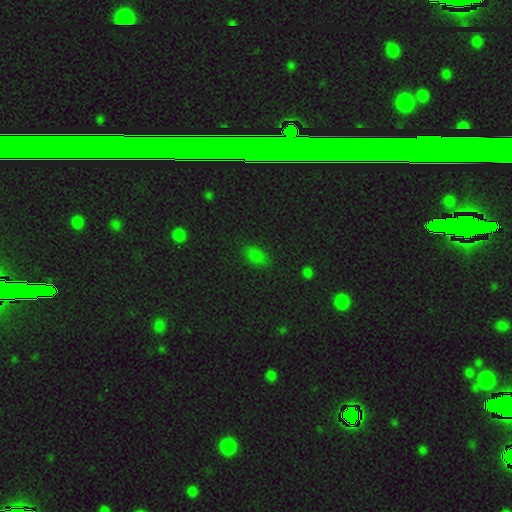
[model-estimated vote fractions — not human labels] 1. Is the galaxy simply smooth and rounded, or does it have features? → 73% smooth, 22% star or artifact, 5% featured or disk.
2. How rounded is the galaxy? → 86% in between, 10% round, 4% cigar-shaped.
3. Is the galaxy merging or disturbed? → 80% none, 14% minor disturbance, 4% major disturbance, 2% merger.